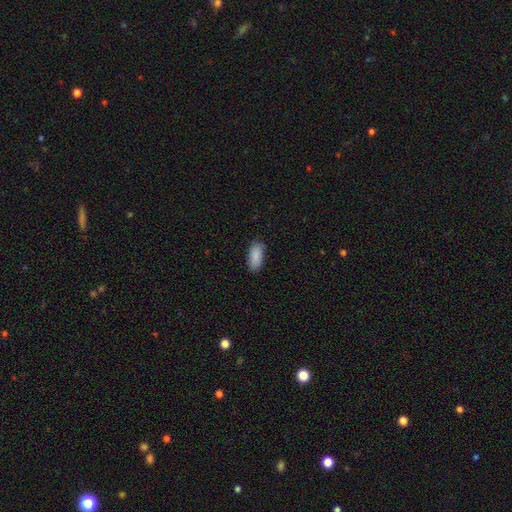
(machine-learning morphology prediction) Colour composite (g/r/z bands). It shows a smooth galaxy with no disk features (90%) that is in between round and cigar-shaped (89%). Merging: none (85%).